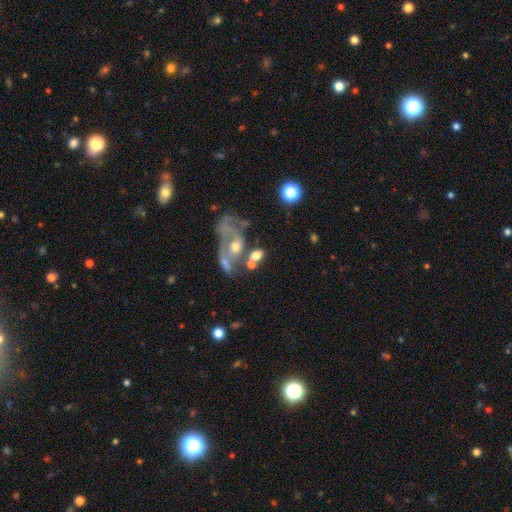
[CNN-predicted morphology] The model was most divided on "merging": merger: 45%, none: 25%, major disturbance: 17%, minor disturbance: 13%. More confident: how rounded — in between (70%); smooth or featured — smooth (56%).